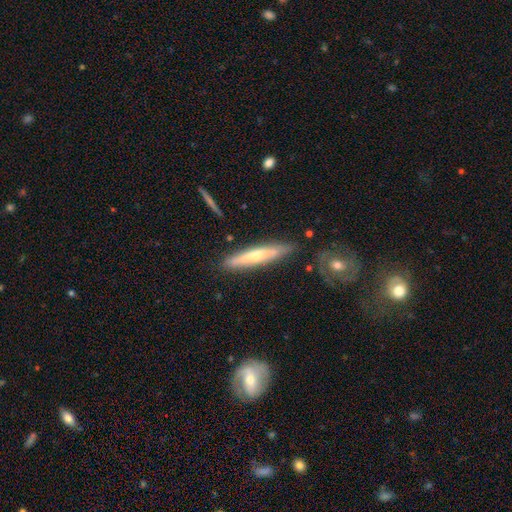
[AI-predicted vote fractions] A featured or disk galaxy (48%).

Vote fractions:
- Smooth or featured? featured or disk: 48% / smooth: 46% / star or artifact: 6%
- Merging? none: 81% / minor disturbance: 14% / merger: 3% / major disturbance: 3%